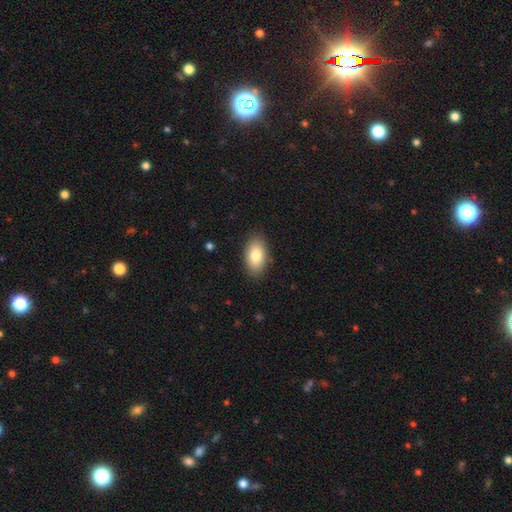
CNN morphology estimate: Smooth or featured?
  - smooth: 82% *
  - featured or disk: 11%
  - star or artifact: 7%
How rounded?
  - in between: 93% *
  - round: 5%
  - cigar-shaped: 2%
Merging?
  - none: 88% *
  - minor disturbance: 9%
  - major disturbance: 2%
  - merger: 1%